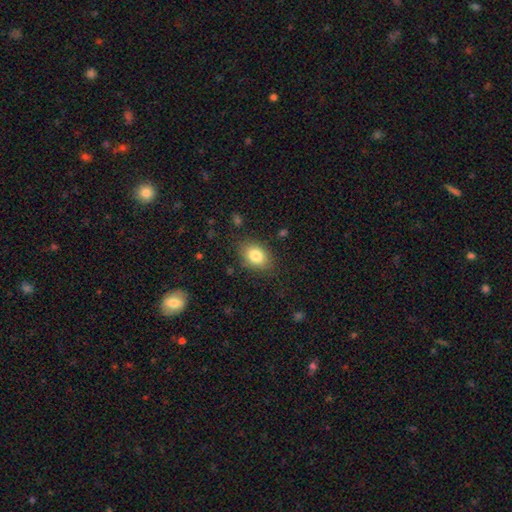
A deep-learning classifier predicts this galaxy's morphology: Smooth or featured? smooth (83%)
How rounded? in between (77%)
Merging? none (82%)